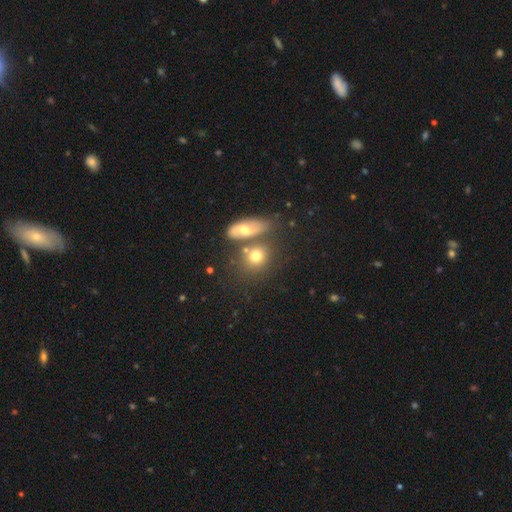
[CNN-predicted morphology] Q: Smooth or featured?
A: smooth (72%); runner-up: featured or disk (18%)
Q: How rounded?
A: round (61%); runner-up: in between (36%)
Q: Merging?
A: none (53%); runner-up: merger (29%)